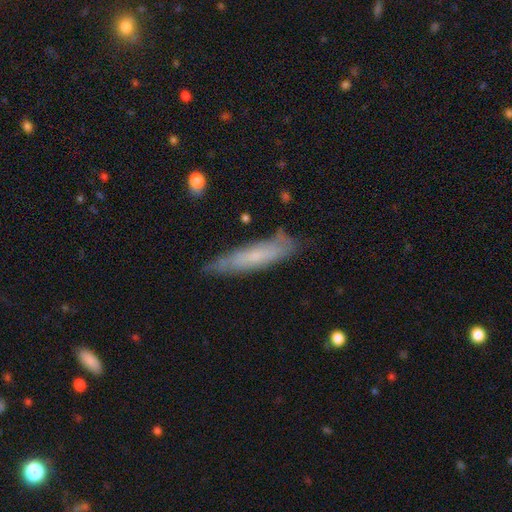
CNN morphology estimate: This appears to be a smooth galaxy with no disk features (53%) that is cigar-shaped (80%). Merging: none (73%).